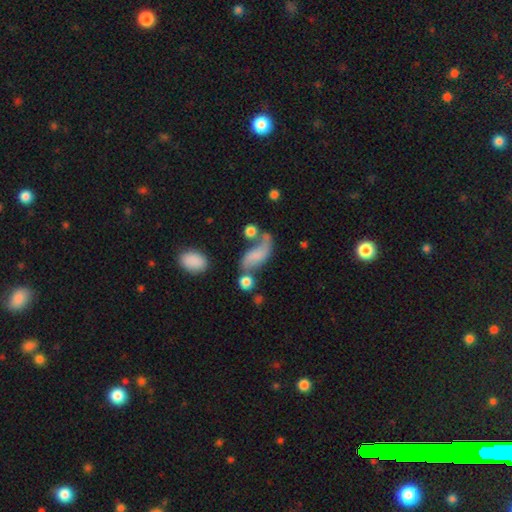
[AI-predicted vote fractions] Smooth or featured: featured or disk — 46% (smooth — 44%)
Merging: none — 36% (merger — 24%)